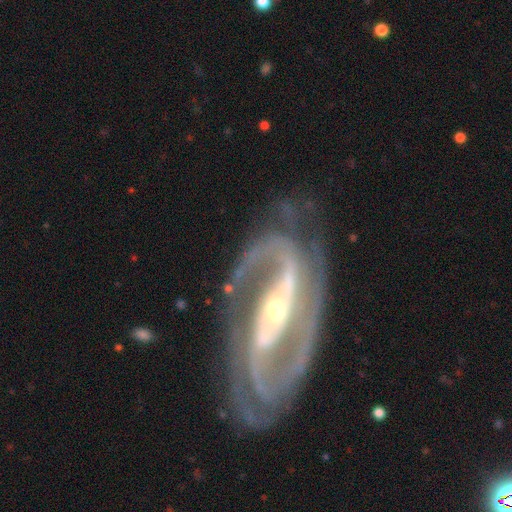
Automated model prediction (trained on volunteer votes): Q: Smooth or featured?
A: featured or disk (87%); runner-up: smooth (7%)
Q: Edge-on disk?
A: no (95%); runner-up: yes (5%)
Q: Bar?
A: strong (53%); runner-up: weak (25%)
Q: Spiral arms?
A: yes (89%); runner-up: no (11%)
Q: Spiral winding?
A: medium (48%); runner-up: tight (26%)
Q: Spiral arm count?
A: 2 (76%); runner-up: 1 (10%)
Q: Bulge size?
A: small (49%); runner-up: moderate (45%)
Q: Merging?
A: none (51%); runner-up: major disturbance (23%)